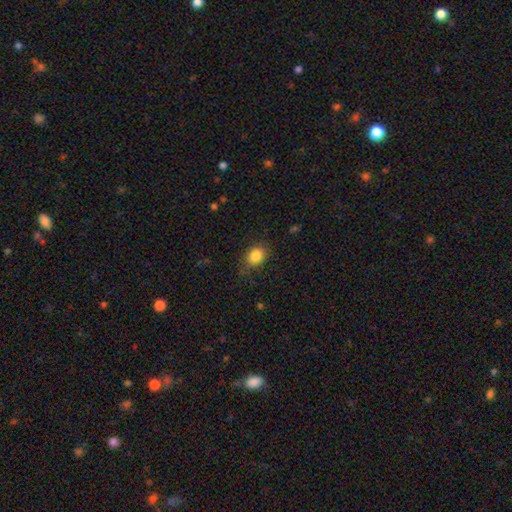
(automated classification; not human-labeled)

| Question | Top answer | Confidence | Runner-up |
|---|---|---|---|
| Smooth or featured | smooth | 85% | star or artifact (9%) |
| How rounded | in between | 65% | round (34%) |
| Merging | none | 75% | minor disturbance (18%) |